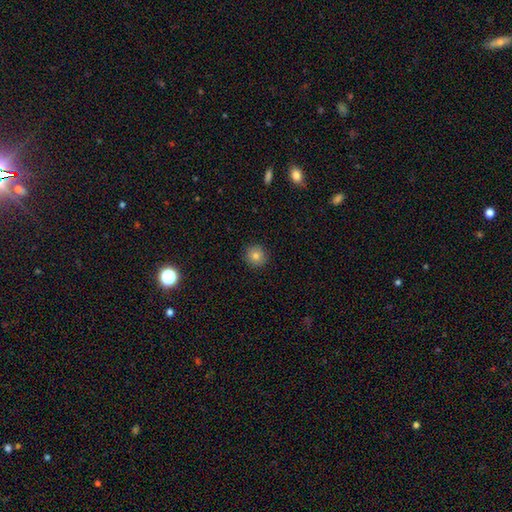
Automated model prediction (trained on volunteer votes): A smooth galaxy with no disk features (80%) that is round (94%).

Vote fractions:
- Smooth or featured? smooth: 80% / star or artifact: 12% / featured or disk: 8%
- How rounded? round: 94% / in between: 5% / cigar-shaped: 1%
- Merging? none: 92% / minor disturbance: 5% / major disturbance: 2% / merger: 1%